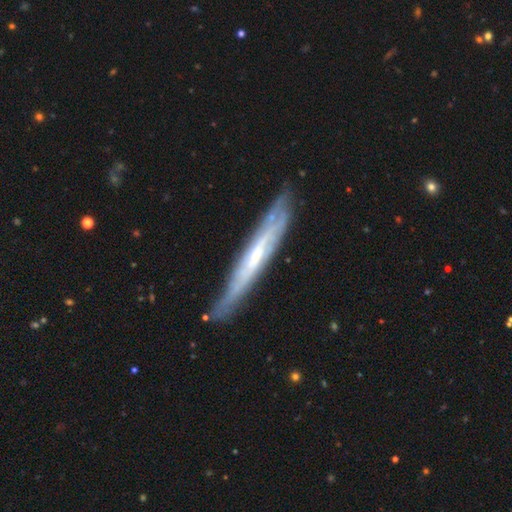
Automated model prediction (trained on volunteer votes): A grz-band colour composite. It shows a featured or disk galaxy (70%) viewed edge-on (72%) with no central bulge (62%). Merging: none (79%).